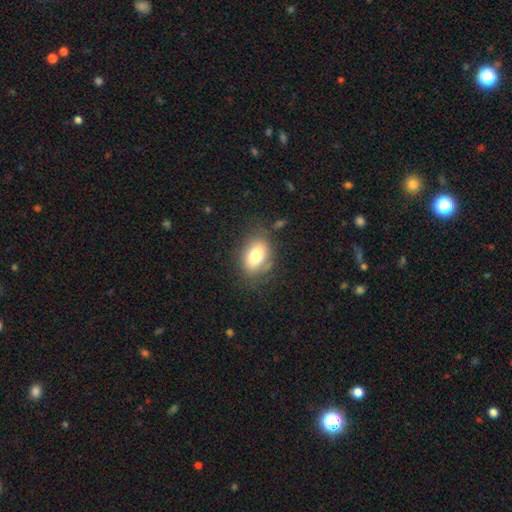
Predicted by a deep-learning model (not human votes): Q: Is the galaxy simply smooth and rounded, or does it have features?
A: smooth — 76%.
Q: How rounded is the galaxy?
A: in between — 81%.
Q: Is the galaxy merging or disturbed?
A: none — 73%.